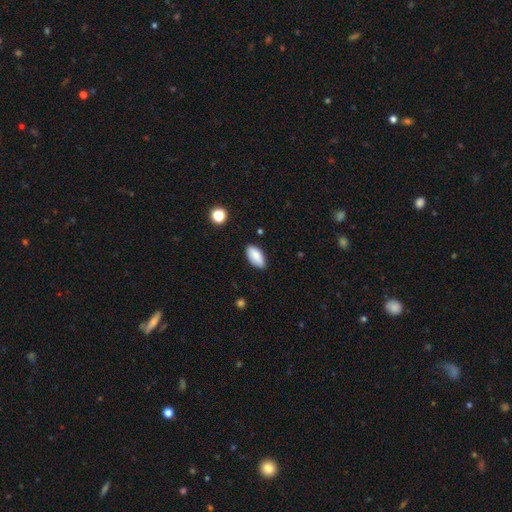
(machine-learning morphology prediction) Smooth or featured?
  - smooth: 84% *
  - featured or disk: 9%
  - star or artifact: 7%
How rounded?
  - in between: 93% *
  - cigar-shaped: 5%
  - round: 2%
Merging?
  - none: 82% *
  - minor disturbance: 14%
  - major disturbance: 2%
  - merger: 1%